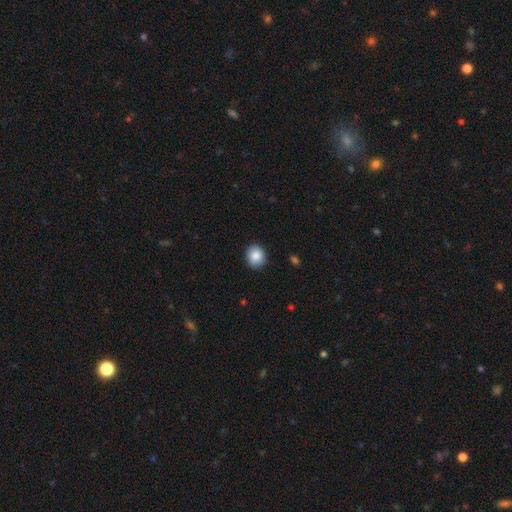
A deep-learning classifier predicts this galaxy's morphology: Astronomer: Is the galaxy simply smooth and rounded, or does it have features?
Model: smooth — 87%.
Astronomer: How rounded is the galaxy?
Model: round — 68%.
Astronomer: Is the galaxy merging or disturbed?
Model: none — 89%.